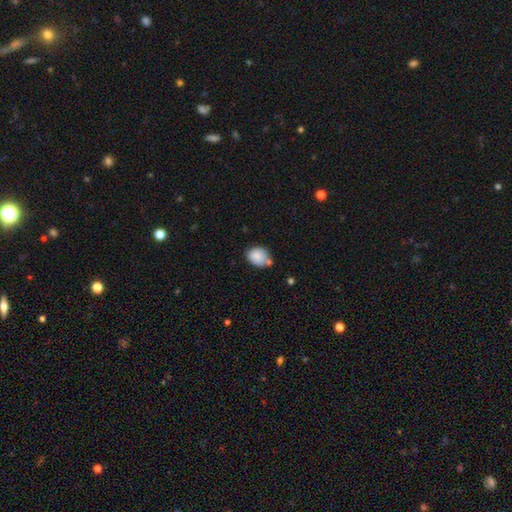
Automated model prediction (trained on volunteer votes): A smooth galaxy with no disk features (83%) that is in between round and cigar-shaped (52%). Merging: none (56%).